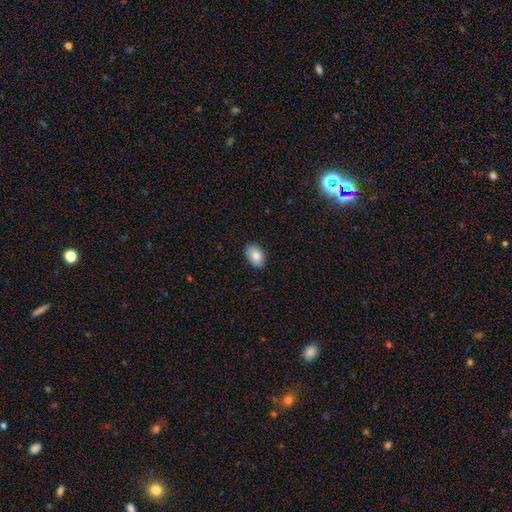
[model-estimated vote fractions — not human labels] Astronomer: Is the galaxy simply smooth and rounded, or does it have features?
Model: smooth — 84%.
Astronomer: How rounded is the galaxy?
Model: in between — 83%.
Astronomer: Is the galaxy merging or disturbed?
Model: none — 85%.